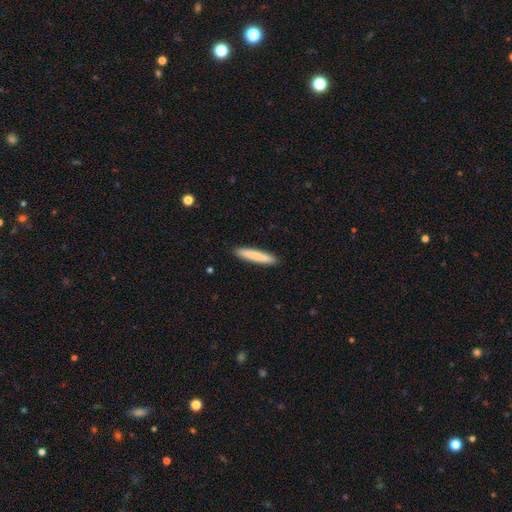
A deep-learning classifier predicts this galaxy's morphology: This is likely a smooth galaxy (79%). How rounded: clearly cigar-shaped (92%). Merging: clearly none (92%).